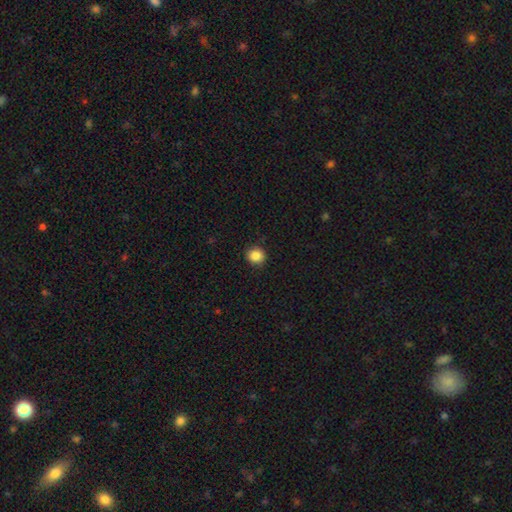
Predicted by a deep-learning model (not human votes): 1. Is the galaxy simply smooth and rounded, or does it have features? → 86% smooth, 10% star or artifact, 4% featured or disk.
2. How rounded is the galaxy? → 85% round, 14% in between, 1% cigar-shaped.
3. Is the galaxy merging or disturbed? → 90% none, 7% minor disturbance, 2% major disturbance, 1% merger.